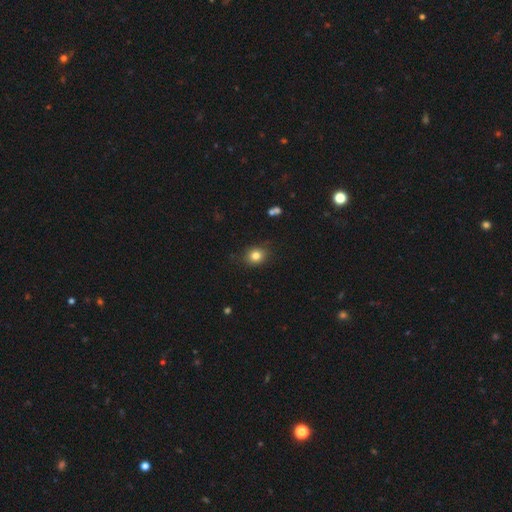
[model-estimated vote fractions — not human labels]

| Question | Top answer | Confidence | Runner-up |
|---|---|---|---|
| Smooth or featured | smooth | 82% | star or artifact (11%) |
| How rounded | round | 67% | in between (32%) |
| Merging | none | 84% | minor disturbance (12%) |